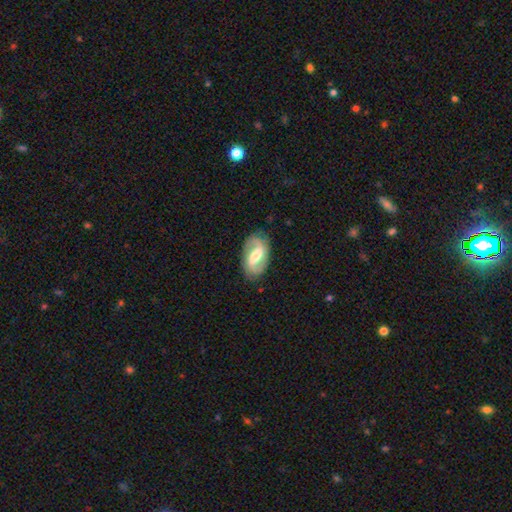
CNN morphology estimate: This is likely a featured or disk galaxy (80%). It is clearly not viewed edge-on (96%). Bar: possibly weak (47%). Spiral arm pattern: clearly yes (92%). Spiral arm count: clearly 2 (91%). Spiral winding: marginally medium (43%). Central bulge: possibly moderate (59%). Merging: clearly none (83%).